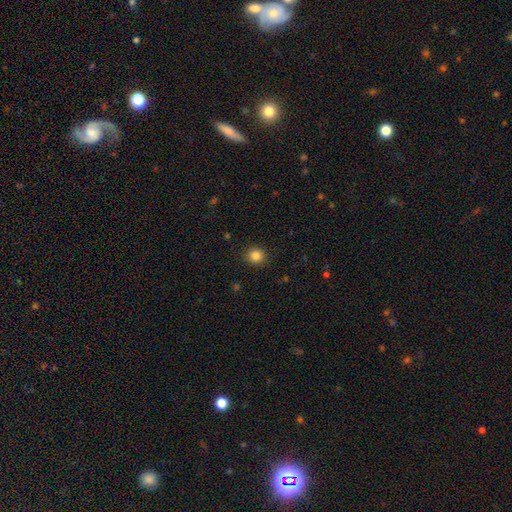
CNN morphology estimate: smooth 85%, star or artifact 11%, featured or disk 4%. Down the decision tree: how rounded — round (89%); merging — none (91%).